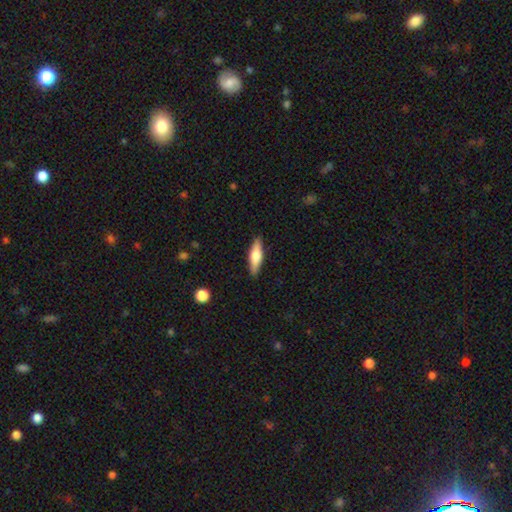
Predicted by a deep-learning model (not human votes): smooth 61%, featured or disk 33%, star or artifact 6%. Down the decision tree: how rounded — cigar-shaped (56%); merging — none (89%).